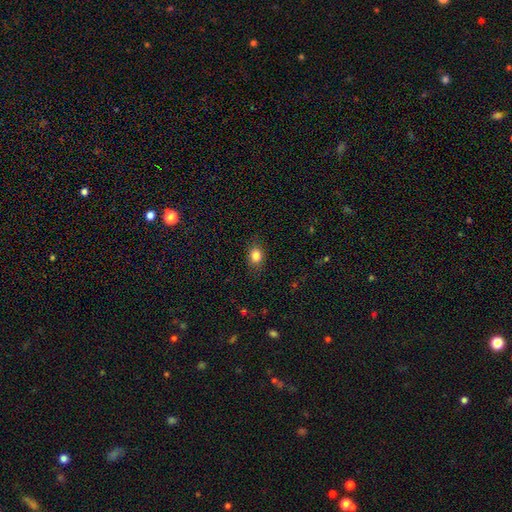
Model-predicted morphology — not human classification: This is clearly a smooth galaxy (82%). How rounded: possibly in between (52%). Merging: clearly none (83%).